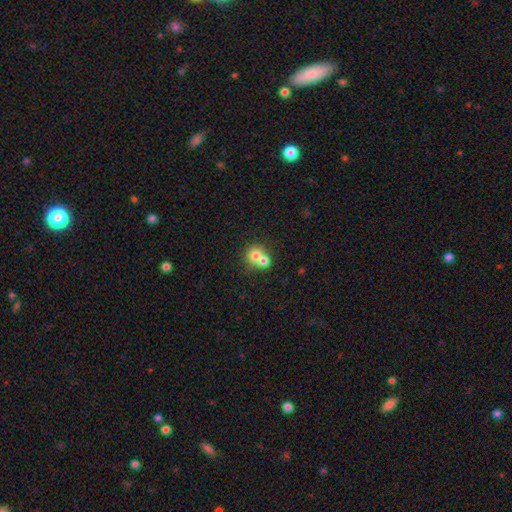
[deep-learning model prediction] A smooth galaxy with no disk features (72%) that is round (82%).

Vote fractions:
- Smooth or featured? smooth: 72% / featured or disk: 18% / star or artifact: 10%
- How rounded? round: 82% / in between: 17% / cigar-shaped: 1%
- Merging? merger: 62% / none: 30% / minor disturbance: 5% / major disturbance: 2%